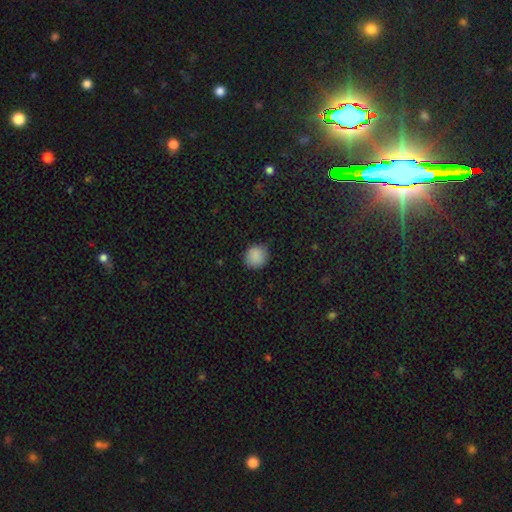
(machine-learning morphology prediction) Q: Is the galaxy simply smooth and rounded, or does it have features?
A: smooth — 87%.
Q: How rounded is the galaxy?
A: round — 87%.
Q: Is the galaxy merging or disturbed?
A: none — 80%.